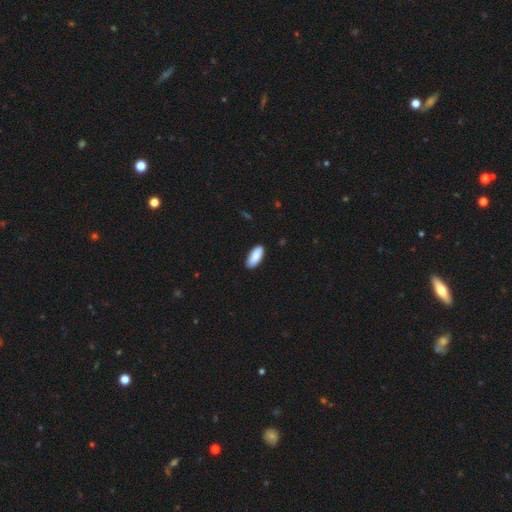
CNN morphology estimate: The model was most divided on "merging": none: 85%, minor disturbance: 12%, major disturbance: 2%, merger: 1%. More confident: smooth or featured — smooth (89%); how rounded — in between (88%).